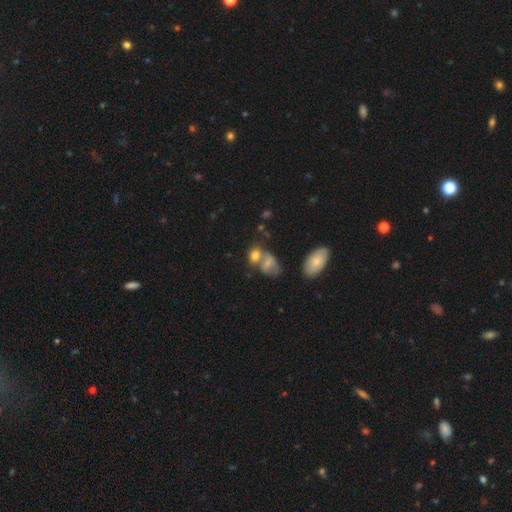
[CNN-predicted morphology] smooth_or_featured: smooth (p=0.70) [alt: featured or disk p=0.17]
how_rounded: in between (p=0.57) [alt: round p=0.40]
merging: merger (p=0.46) [alt: none p=0.35]